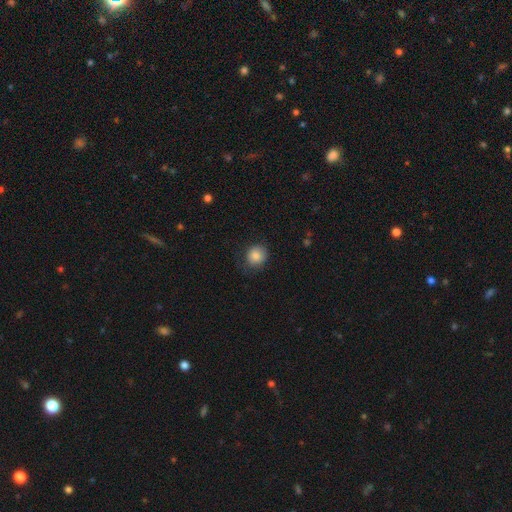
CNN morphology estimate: The model was most divided on "merging": none: 76%, minor disturbance: 18%, major disturbance: 5%, merger: 1%. More confident: smooth or featured — smooth (84%); how rounded — round (79%).